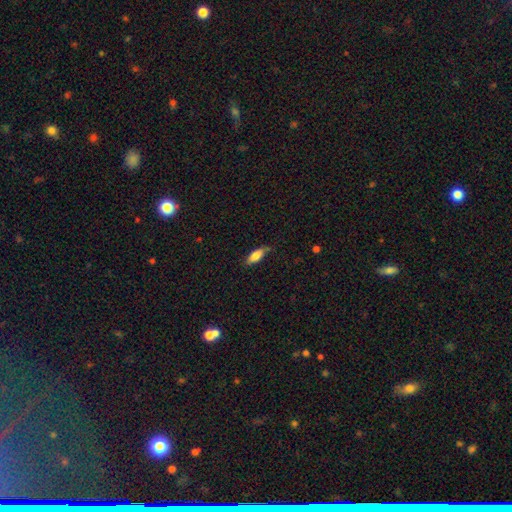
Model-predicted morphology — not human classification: smooth_or_featured: smooth (p=0.78) [alt: featured or disk p=0.15]
how_rounded: in between (p=0.69) [alt: cigar-shaped p=0.28]
merging: none (p=0.71) [alt: minor disturbance p=0.23]